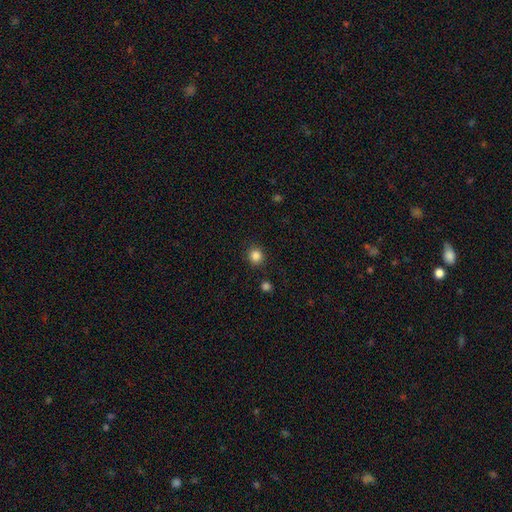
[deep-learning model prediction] The model was most divided on "smooth or featured": smooth: 85%, star or artifact: 12%, featured or disk: 4%. More confident: merging — none (88%); how rounded — round (88%).